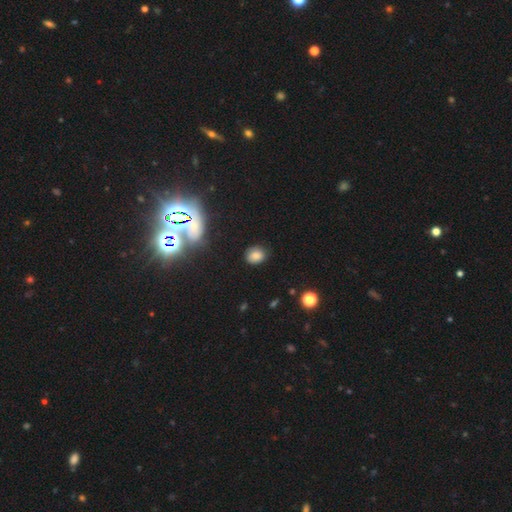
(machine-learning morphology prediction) The model was most divided on "how rounded": round: 60%, in between: 38%, cigar-shaped: 1%. More confident: merging — none (82%); smooth or featured — smooth (79%).